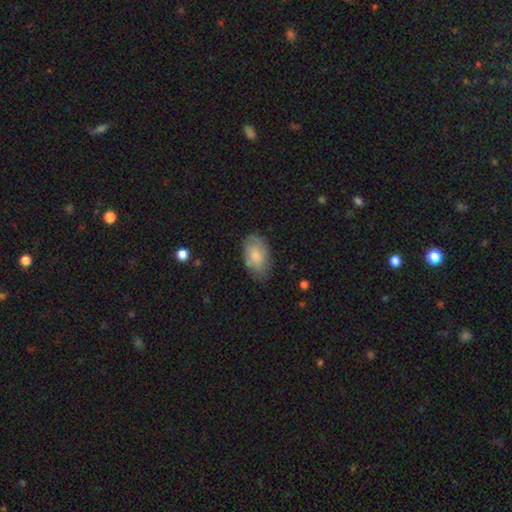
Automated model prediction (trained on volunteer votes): smooth 78%, featured or disk 16%, star or artifact 6%. Down the decision tree: how rounded — in between (93%); merging — none (68%).